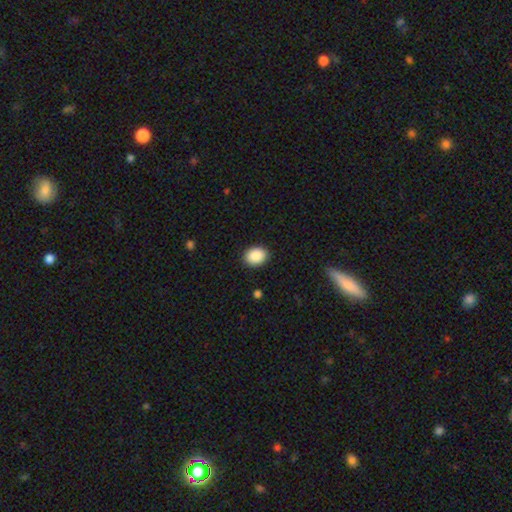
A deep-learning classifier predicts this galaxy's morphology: type=smooth (90%); roundness=in between (59%); merging=none (90%).